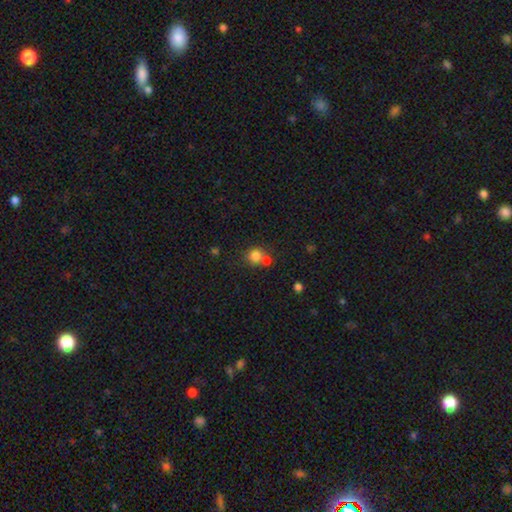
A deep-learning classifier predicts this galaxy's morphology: Q: Smooth or featured?
A: smooth (80%); runner-up: star or artifact (12%)
Q: How rounded?
A: round (87%); runner-up: in between (12%)
Q: Merging?
A: none (50%); runner-up: merger (39%)